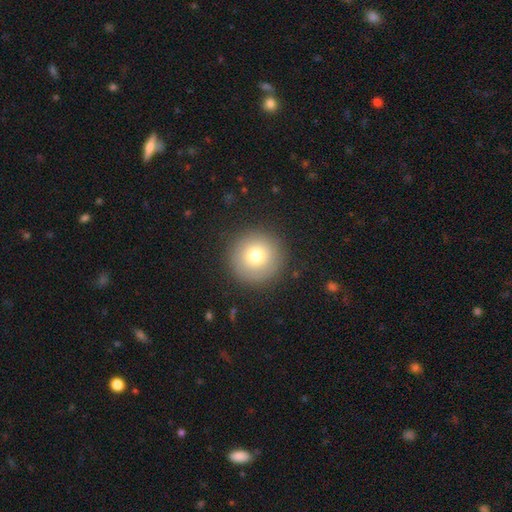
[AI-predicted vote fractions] Q: Smooth or featured?
A: smooth (75%); runner-up: featured or disk (14%)
Q: How rounded?
A: round (96%); runner-up: in between (3%)
Q: Merging?
A: none (90%); runner-up: minor disturbance (6%)